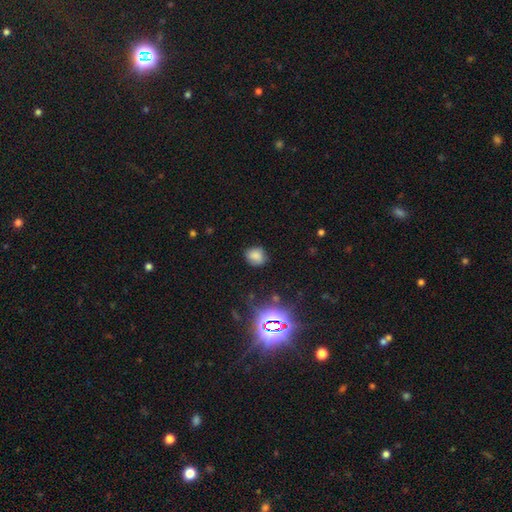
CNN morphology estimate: smooth_or_featured: smooth (p=0.75) [alt: star or artifact p=0.17]
how_rounded: round (p=0.65) [alt: in between p=0.34]
merging: none (p=0.78) [alt: minor disturbance p=0.16]